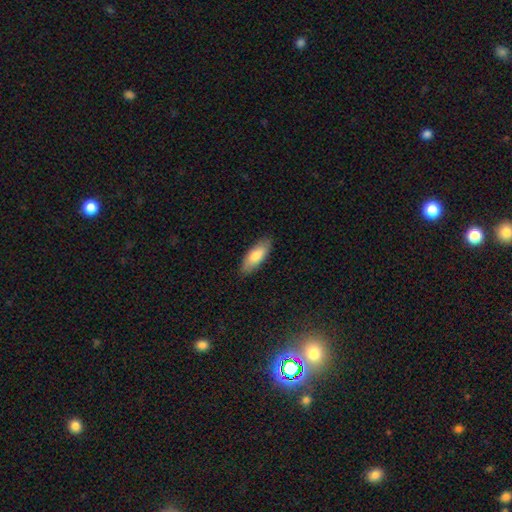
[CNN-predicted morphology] The model was most divided on "how rounded": in between: 73%, cigar-shaped: 25%, round: 2%. More confident: merging — none (87%); smooth or featured — smooth (79%).